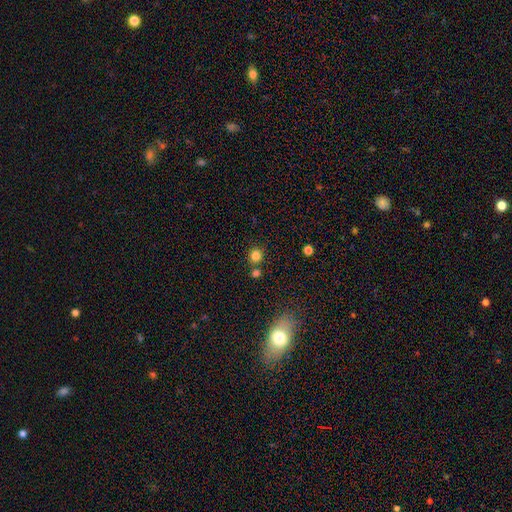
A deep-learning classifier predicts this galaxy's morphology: Smooth or featured? Predicted: smooth (p=0.81). How rounded? Predicted: round (p=0.89). Merging? Predicted: none (p=0.76).